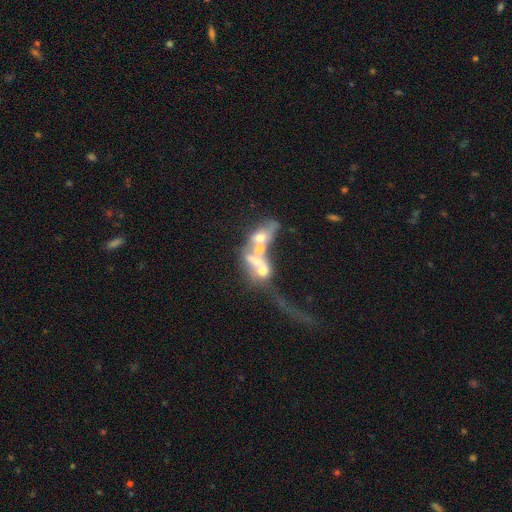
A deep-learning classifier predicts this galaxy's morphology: A featured or disk galaxy (58%) with no bar (84%), no spiral arms (82%) and a moderate central bulge (36%).

Vote fractions:
- Smooth or featured? featured or disk: 58% / smooth: 24% / star or artifact: 18%
- Edge-on disk? no: 87% / yes: 13%
- Bar? no: 84% / weak: 11% / strong: 5%
- Spiral arms? no: 82% / yes: 18%
- Bulge size? moderate: 36% / small: 25% / none: 25% / large: 9% / dominant: 4%
- Merging? merger: 66% / major disturbance: 20% / none: 9% / minor disturbance: 5%